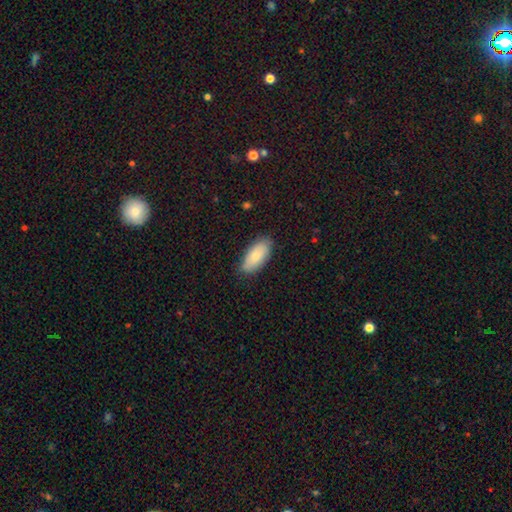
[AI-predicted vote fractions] Morphology: type=smooth (79%); roundness=in between (92%); merging=none (82%).